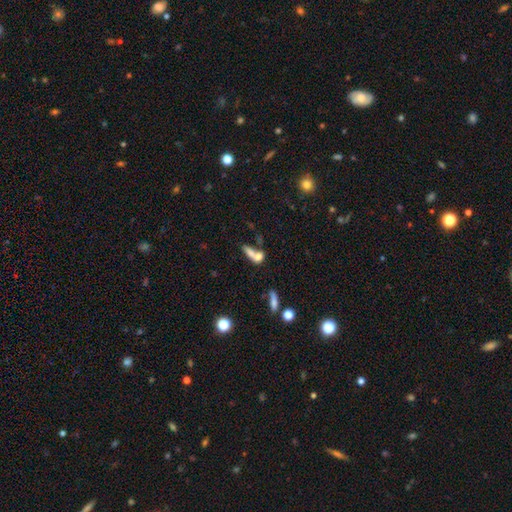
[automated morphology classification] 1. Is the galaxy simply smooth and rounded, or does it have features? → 65% smooth, 22% featured or disk, 12% star or artifact.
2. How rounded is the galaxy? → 52% in between, 30% cigar-shaped, 17% round.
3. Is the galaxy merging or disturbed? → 57% merger, 25% none, 9% major disturbance, 9% minor disturbance.